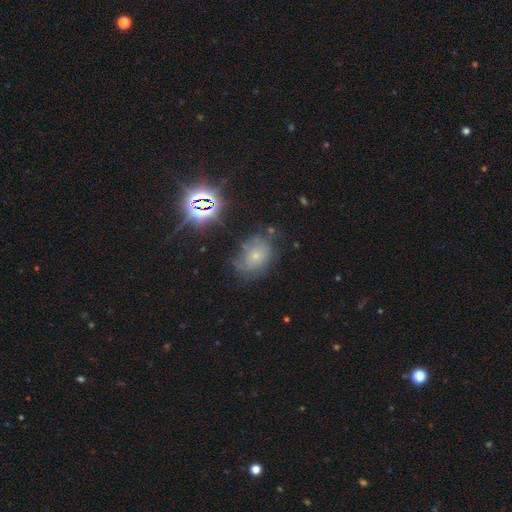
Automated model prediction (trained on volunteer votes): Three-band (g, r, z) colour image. It shows a smooth galaxy with no disk features (44%). Merging: none (56%).